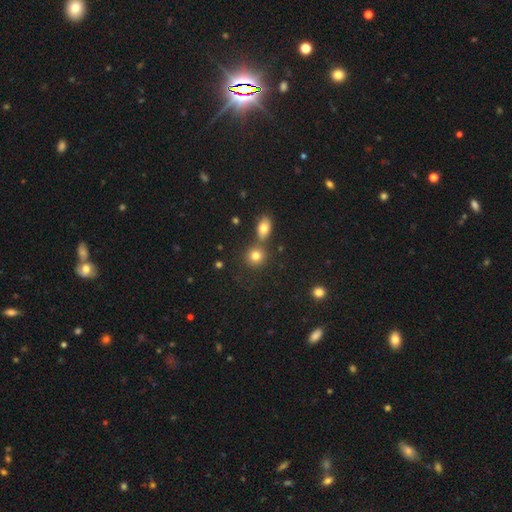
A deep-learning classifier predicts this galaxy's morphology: Smooth or featured?
  - smooth: 79% *
  - star or artifact: 12%
  - featured or disk: 9%
How rounded?
  - round: 80% *
  - in between: 18%
  - cigar-shaped: 1%
Merging?
  - none: 62% *
  - merger: 26%
  - minor disturbance: 9%
  - major disturbance: 3%